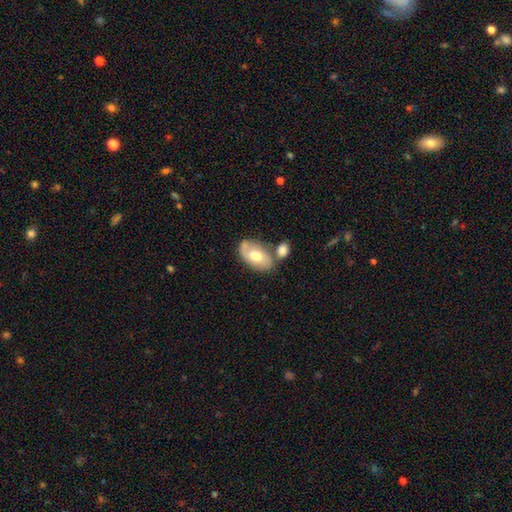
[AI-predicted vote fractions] Q: Smooth or featured?
A: smooth (53%); runner-up: featured or disk (40%)
Q: How rounded?
A: in between (91%); runner-up: round (7%)
Q: Merging?
A: none (50%); runner-up: merger (26%)